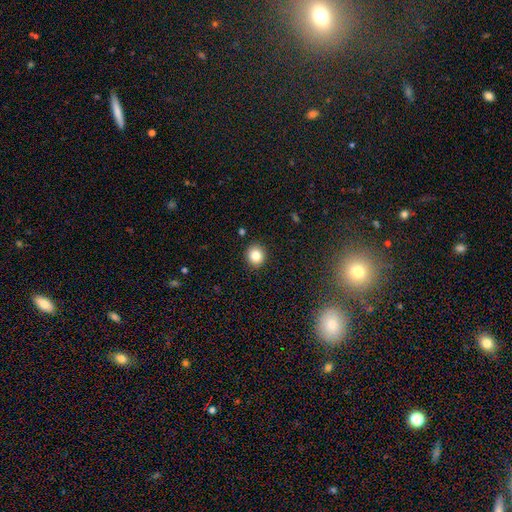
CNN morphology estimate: Q: Smooth or featured?
A: smooth (84%); runner-up: star or artifact (10%)
Q: How rounded?
A: round (86%); runner-up: in between (13%)
Q: Merging?
A: none (91%); runner-up: minor disturbance (6%)